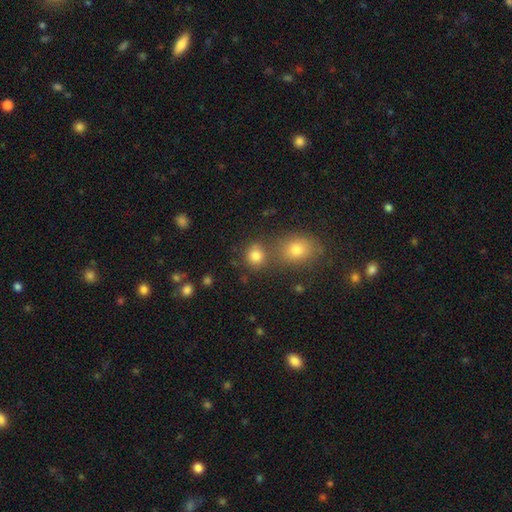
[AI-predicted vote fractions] A smooth galaxy with no disk features (81%) that is round (81%). Merging: none (64%).